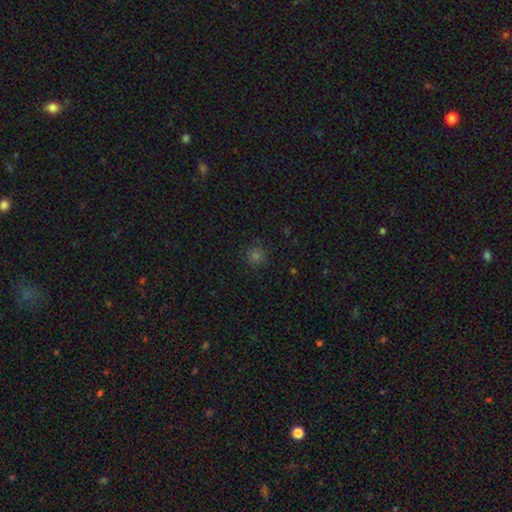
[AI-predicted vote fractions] Smooth or featured?
  - smooth: 72% *
  - star or artifact: 22%
  - featured or disk: 6%
How rounded?
  - round: 94% *
  - in between: 6%
  - cigar-shaped: 1%
Merging?
  - none: 88% *
  - minor disturbance: 9%
  - major disturbance: 3%
  - merger: 1%